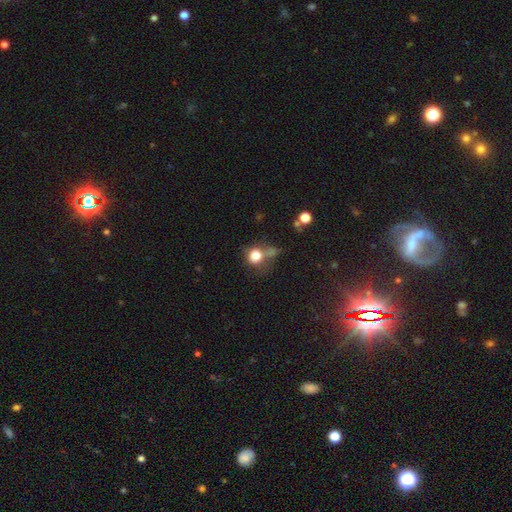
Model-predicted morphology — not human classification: smooth 76%, star or artifact 12%, featured or disk 11%. Down the decision tree: how rounded — round (78%); merging — none (39%).